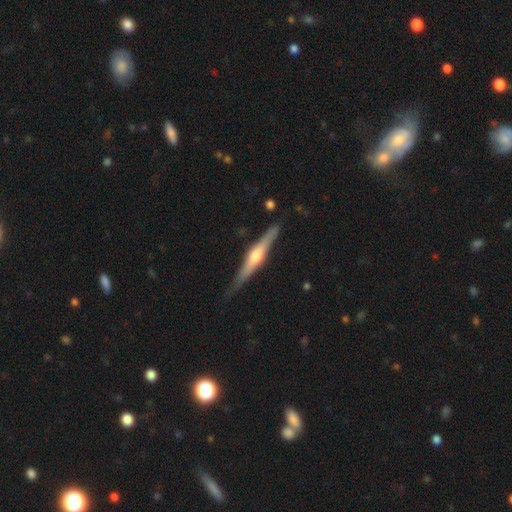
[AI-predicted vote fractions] smooth_or_featured: featured or disk (p=0.74) [alt: smooth p=0.21]
disk_edge_on: yes (p=0.97) [alt: no p=0.03]
edge_on_bulge: rounded (p=0.89) [alt: boxy p=0.06]
merging: none (p=0.82) [alt: minor disturbance p=0.14]